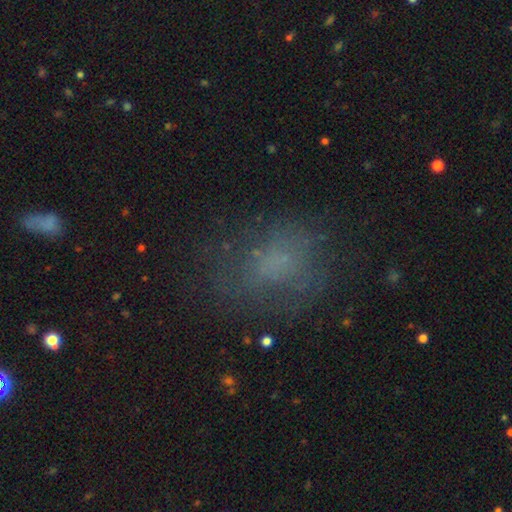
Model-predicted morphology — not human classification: Smooth or featured? Predicted: smooth (p=0.57). How rounded? Predicted: in between (p=0.54). Merging? Predicted: none (p=0.67).